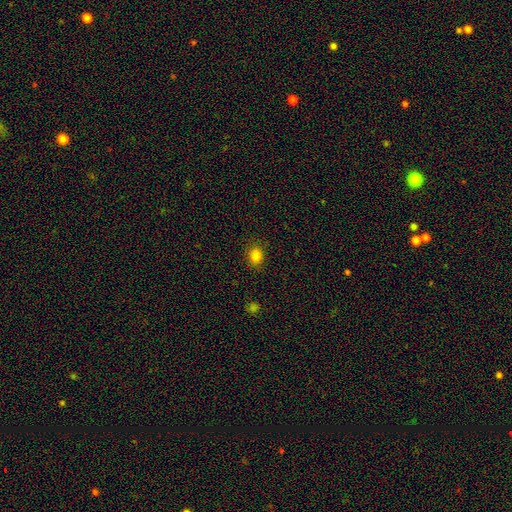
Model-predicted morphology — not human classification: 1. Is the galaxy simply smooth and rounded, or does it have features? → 83% smooth, 13% star or artifact, 4% featured or disk.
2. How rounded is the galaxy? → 58% in between, 41% round, 1% cigar-shaped.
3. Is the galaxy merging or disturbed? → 86% none, 10% minor disturbance, 3% major disturbance, 1% merger.